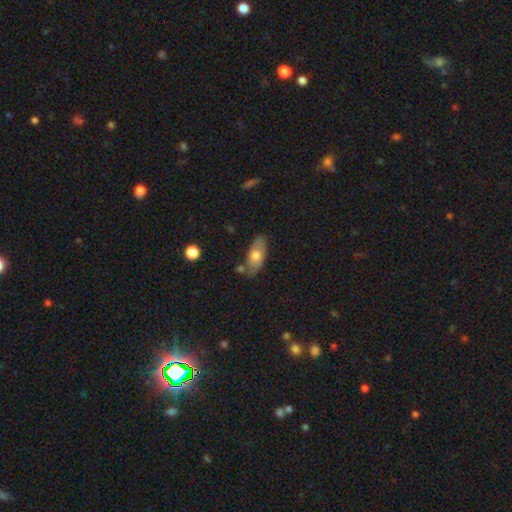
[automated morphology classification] smooth_or_featured: smooth (p=0.64) [alt: featured or disk p=0.30]
how_rounded: in between (p=0.84) [alt: cigar-shaped p=0.11]
merging: none (p=0.67) [alt: minor disturbance p=0.21]